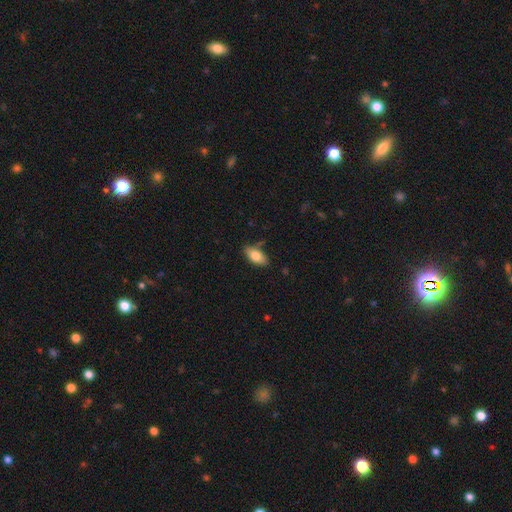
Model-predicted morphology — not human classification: Smooth or featured?
  - smooth: 78% *
  - featured or disk: 15%
  - star or artifact: 7%
How rounded?
  - in between: 88% *
  - cigar-shaped: 8%
  - round: 3%
Merging?
  - none: 75% *
  - minor disturbance: 18%
  - merger: 4%
  - major disturbance: 3%